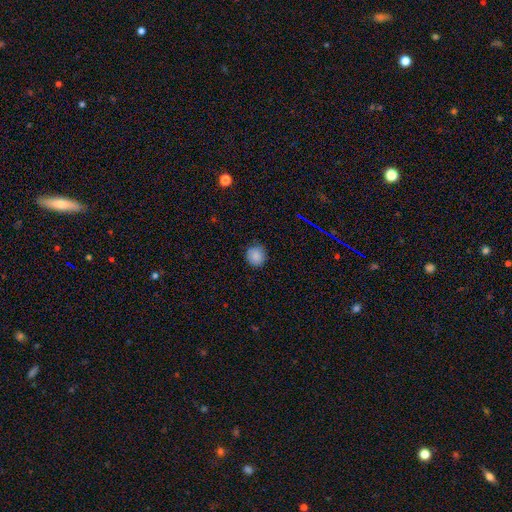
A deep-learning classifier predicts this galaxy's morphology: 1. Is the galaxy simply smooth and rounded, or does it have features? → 85% smooth, 9% star or artifact, 6% featured or disk.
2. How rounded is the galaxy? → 89% round, 10% in between, 1% cigar-shaped.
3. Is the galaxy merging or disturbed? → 85% none, 12% minor disturbance, 2% major disturbance, 1% merger.